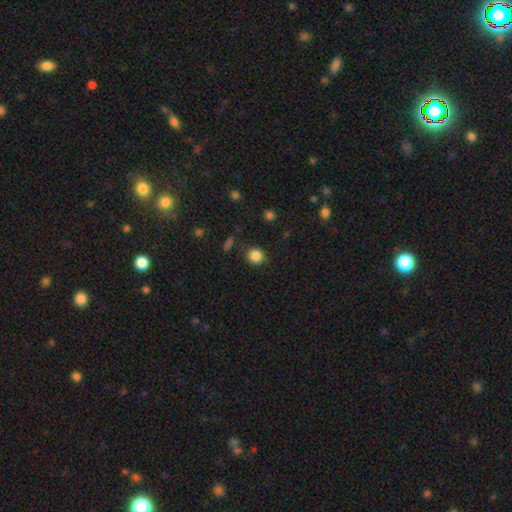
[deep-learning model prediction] smooth_or_featured: smooth (p=0.85) [alt: star or artifact p=0.11]
how_rounded: round (p=0.87) [alt: in between p=0.12]
merging: none (p=0.86) [alt: minor disturbance p=0.09]